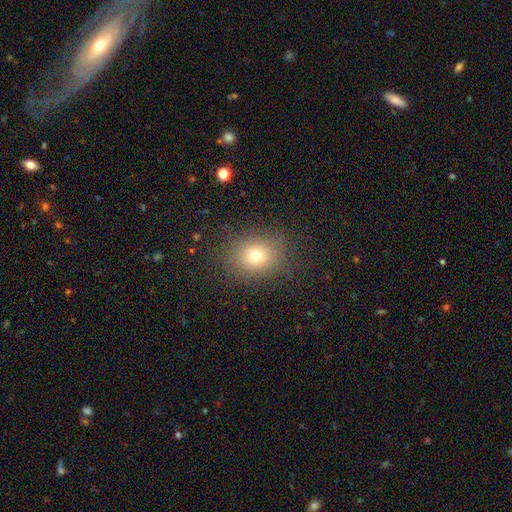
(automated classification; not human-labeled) Smooth or featured?
  - smooth: 73% *
  - star or artifact: 16%
  - featured or disk: 10%
How rounded?
  - round: 69% *
  - in between: 30%
  - cigar-shaped: 1%
Merging?
  - none: 84% *
  - minor disturbance: 9%
  - major disturbance: 5%
  - merger: 1%